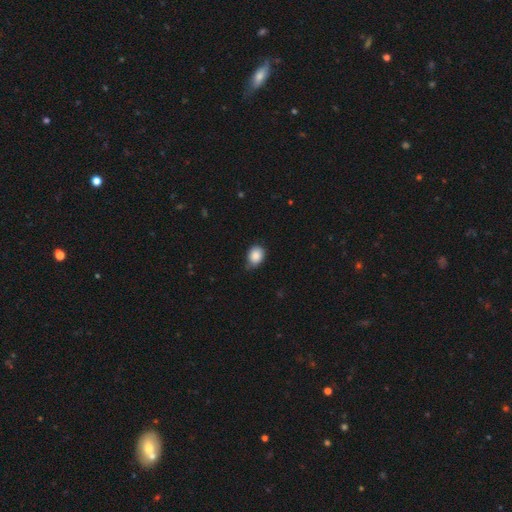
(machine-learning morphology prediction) A smooth galaxy with no disk features (87%) that is in between round and cigar-shaped (54%).

Vote fractions:
- Smooth or featured? smooth: 87% / star or artifact: 8% / featured or disk: 5%
- How rounded? in between: 54% / round: 45% / cigar-shaped: 1%
- Merging? none: 61% / minor disturbance: 33% / major disturbance: 5% / merger: 2%